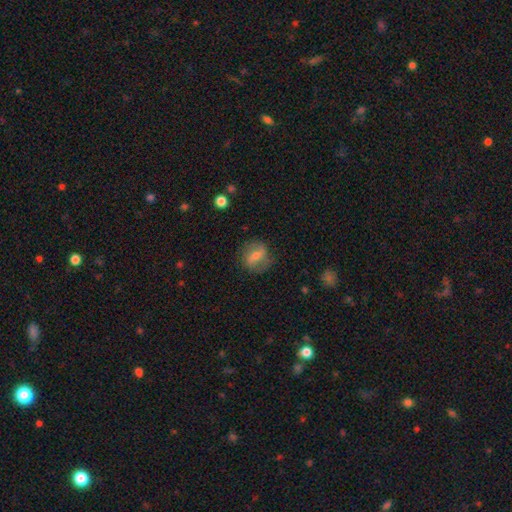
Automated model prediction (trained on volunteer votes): Smooth or featured? Predicted: featured or disk (p=0.46). Merging? Predicted: none (p=0.78).